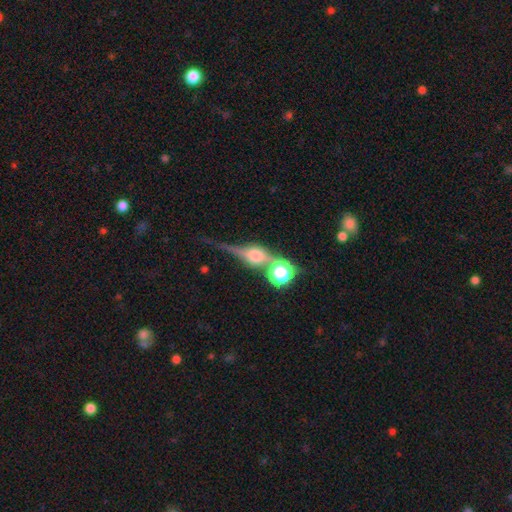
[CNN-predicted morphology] smooth_or_featured: featured or disk (p=0.76) [alt: smooth p=0.12]
disk_edge_on: yes (p=0.94) [alt: no p=0.06]
edge_on_bulge: rounded (p=0.92) [alt: boxy p=0.06]
merging: none (p=0.68) [alt: minor disturbance p=0.14]